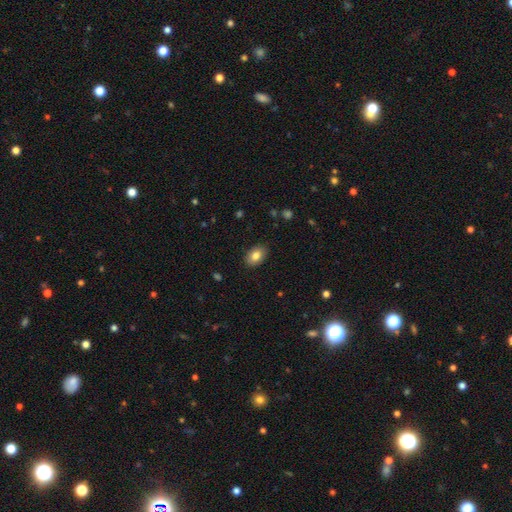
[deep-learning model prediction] smooth 83%, featured or disk 10%, star or artifact 8%. Down the decision tree: how rounded — in between (85%); merging — none (88%).